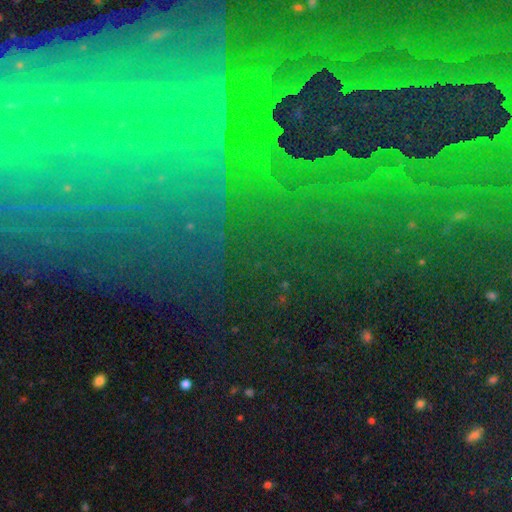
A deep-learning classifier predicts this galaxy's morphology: Smooth or featured? Predicted: star or artifact (p=0.74).